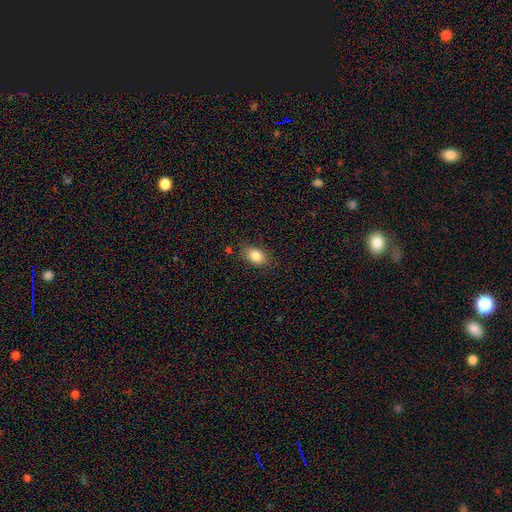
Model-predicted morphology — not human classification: Smooth or featured?
  - smooth: 84% *
  - star or artifact: 9%
  - featured or disk: 7%
How rounded?
  - in between: 83% *
  - round: 15%
  - cigar-shaped: 1%
Merging?
  - none: 83% *
  - minor disturbance: 13%
  - major disturbance: 3%
  - merger: 2%